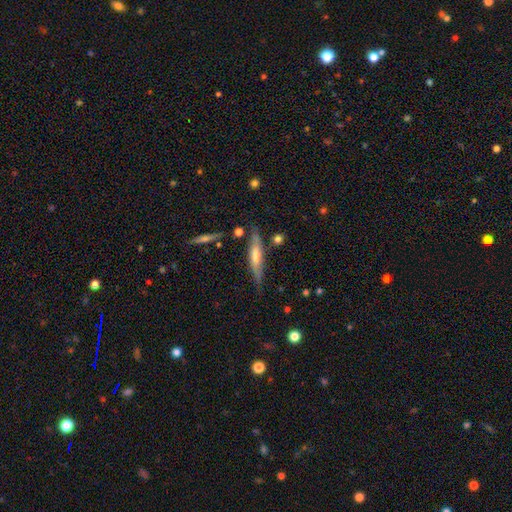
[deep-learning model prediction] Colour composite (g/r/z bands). It shows a featured or disk galaxy (53%) viewed edge-on (85%). Merging: none (73%).